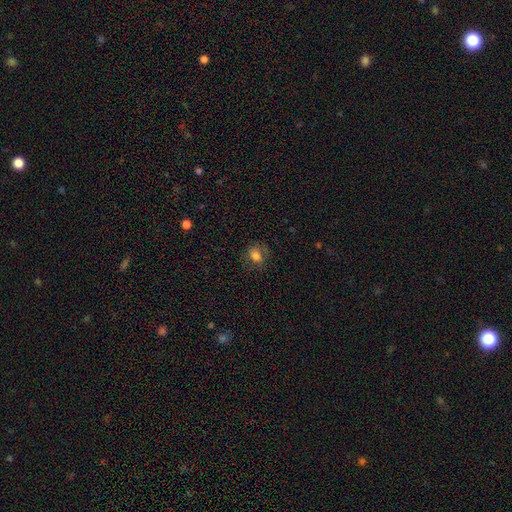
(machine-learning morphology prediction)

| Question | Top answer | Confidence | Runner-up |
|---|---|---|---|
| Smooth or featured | smooth | 76% | star or artifact (13%) |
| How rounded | round | 58% | in between (41%) |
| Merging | none | 74% | minor disturbance (17%) |